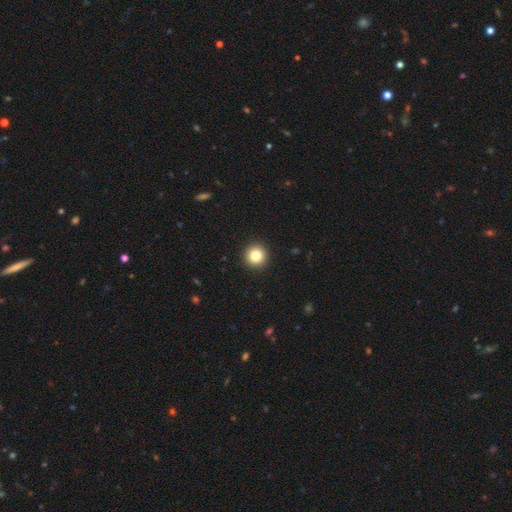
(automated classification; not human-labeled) smooth-or-featured: smooth: 83% | star or artifact: 11% | featured or disk: 7%
  how-rounded: round: 95% | in between: 4% | cigar-shaped: 1%
  merging: none: 93% | minor disturbance: 4% | major disturbance: 2% | merger: 1%